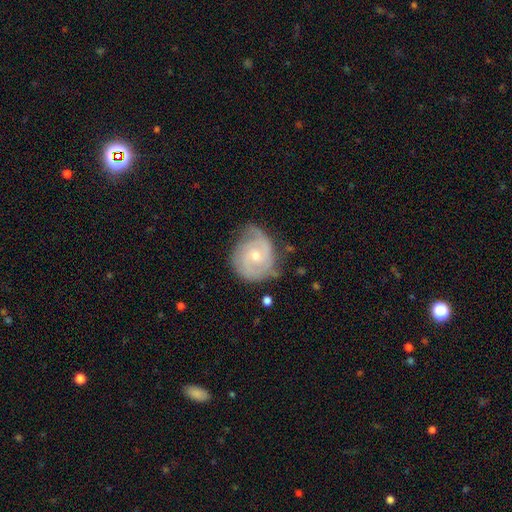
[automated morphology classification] Smooth or featured? featured or disk (81%)
Edge-on disk? no (98%)
Bar? no (66%)
Spiral arms? yes (94%)
Spiral winding? tight (58%)
Spiral arm count? 2 (59%)
Bulge size? small (50%)
Merging? none (63%)